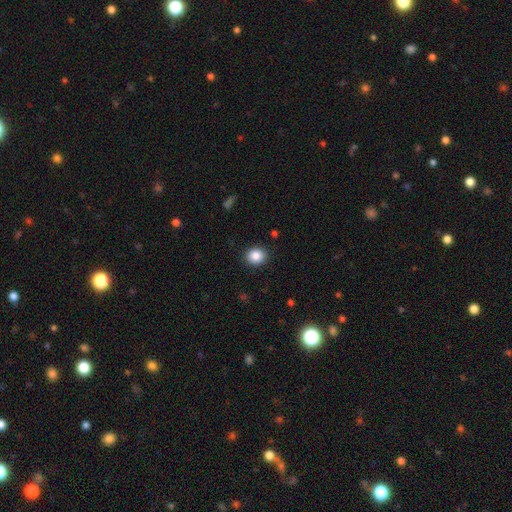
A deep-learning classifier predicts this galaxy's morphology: A smooth galaxy with no disk features (86%) that is round (77%).

Vote fractions:
- Smooth or featured? smooth: 86% / star or artifact: 10% / featured or disk: 4%
- How rounded? round: 77% / in between: 22% / cigar-shaped: 1%
- Merging? none: 90% / minor disturbance: 7% / major disturbance: 2% / merger: 1%